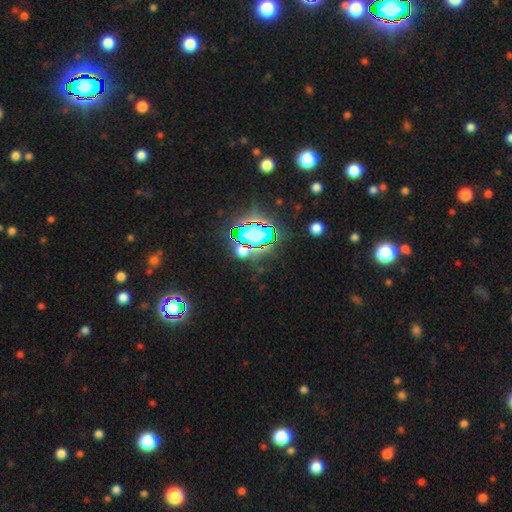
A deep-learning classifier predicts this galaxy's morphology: A star or artifact, not a galaxy (82%).

Vote fractions:
- Smooth or featured? star or artifact: 82% / smooth: 11% / featured or disk: 7%